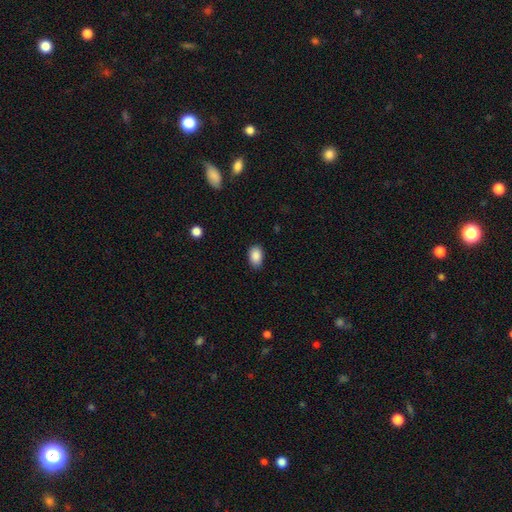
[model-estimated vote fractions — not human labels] The model was most divided on "merging": none: 86%, minor disturbance: 11%, major disturbance: 2%, merger: 1%. More confident: smooth or featured — smooth (89%); how rounded — in between (88%).